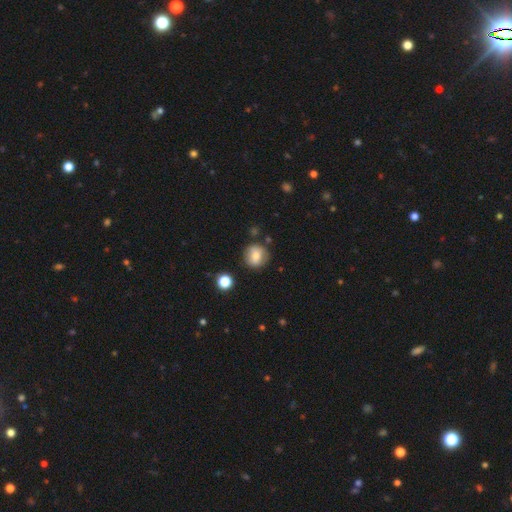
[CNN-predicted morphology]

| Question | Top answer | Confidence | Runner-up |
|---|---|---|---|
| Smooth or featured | smooth | 75% | featured or disk (15%) |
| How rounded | round | 84% | in between (15%) |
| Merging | none | 77% | minor disturbance (15%) |